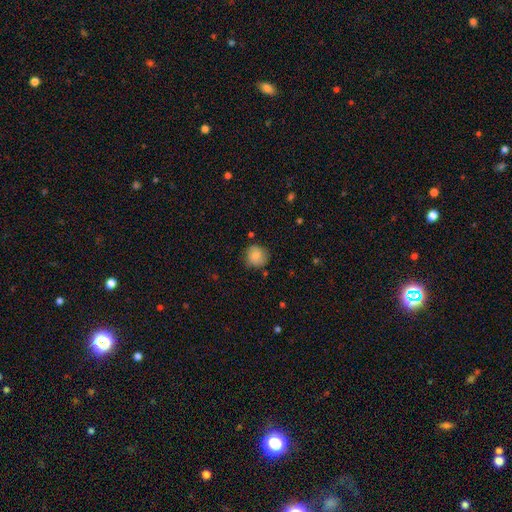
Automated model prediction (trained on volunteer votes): Smooth or featured: smooth — 82% (featured or disk — 10%)
How rounded: round — 88% (in between — 11%)
Merging: none — 78% (minor disturbance — 17%)